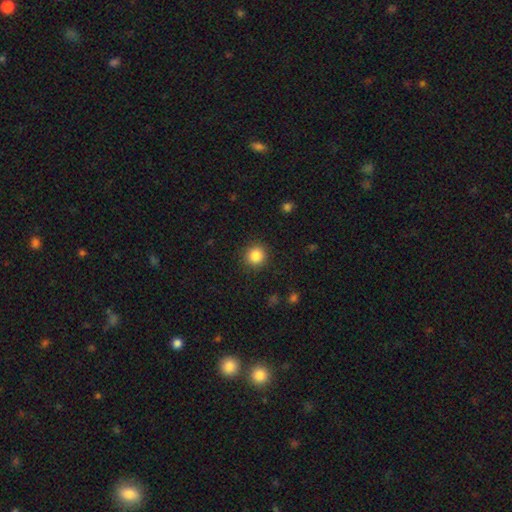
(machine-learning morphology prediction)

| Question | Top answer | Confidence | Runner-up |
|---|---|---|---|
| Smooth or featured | smooth | 86% | star or artifact (10%) |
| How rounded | round | 92% | in between (7%) |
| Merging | none | 90% | minor disturbance (6%) |